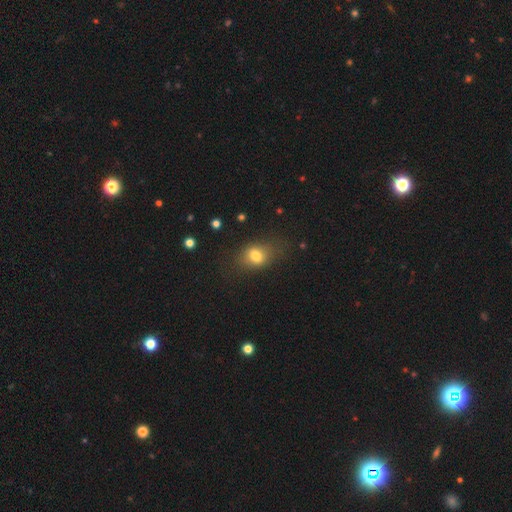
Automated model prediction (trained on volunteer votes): Smooth or featured? Predicted: smooth (p=0.74). How rounded? Predicted: in between (p=0.69). Merging? Predicted: none (p=0.69).